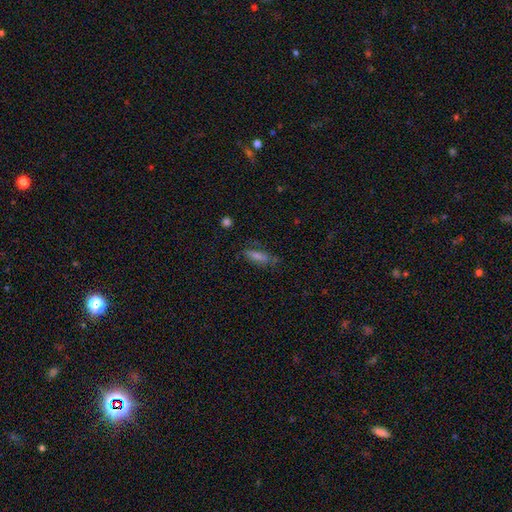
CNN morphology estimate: A smooth galaxy with no disk features (59%) that is cigar-shaped (51%). Merging: none (69%).